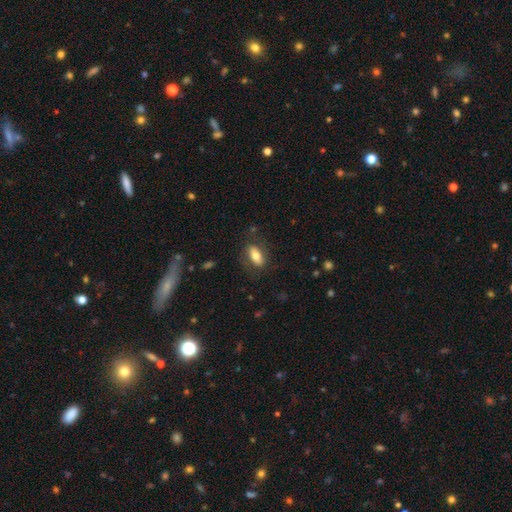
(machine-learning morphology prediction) smooth-or-featured: smooth: 72% | featured or disk: 21% | star or artifact: 7%
  how-rounded: in between: 82% | cigar-shaped: 14% | round: 4%
  merging: none: 78% | minor disturbance: 14% | major disturbance: 6% | merger: 1%